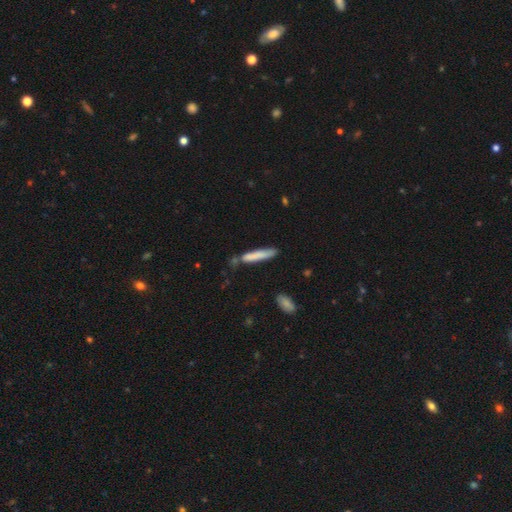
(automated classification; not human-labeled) Q: Smooth or featured?
A: smooth (76%); runner-up: featured or disk (18%)
Q: How rounded?
A: cigar-shaped (93%); runner-up: in between (6%)
Q: Merging?
A: none (70%); runner-up: minor disturbance (18%)